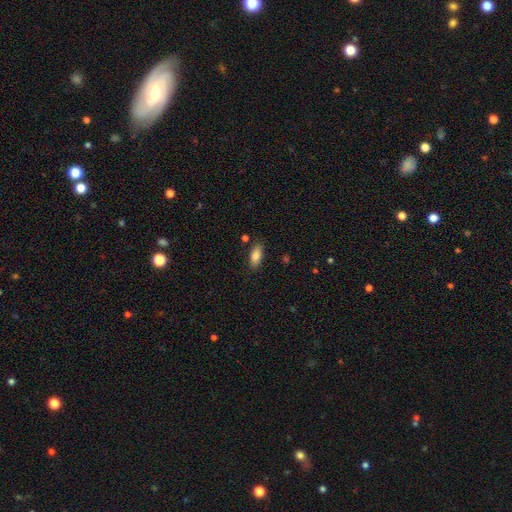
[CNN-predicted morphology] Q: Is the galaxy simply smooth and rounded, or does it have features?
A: smooth — 84%.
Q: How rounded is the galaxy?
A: in between — 86%.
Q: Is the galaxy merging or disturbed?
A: none — 83%.